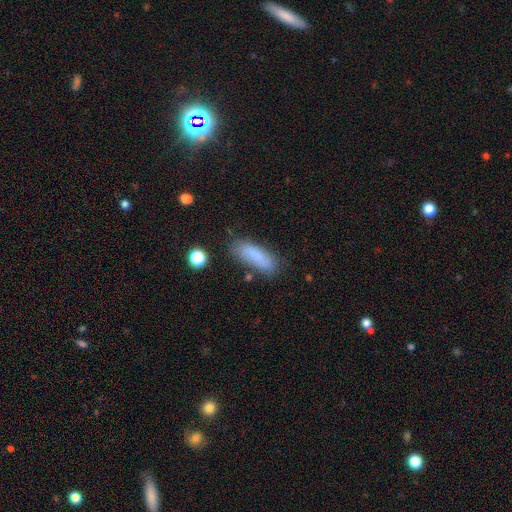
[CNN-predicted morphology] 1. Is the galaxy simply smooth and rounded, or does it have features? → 84% smooth, 9% featured or disk, 7% star or artifact.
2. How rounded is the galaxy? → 52% in between, 46% cigar-shaped, 2% round.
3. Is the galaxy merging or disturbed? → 73% none, 18% minor disturbance, 5% major disturbance, 4% merger.